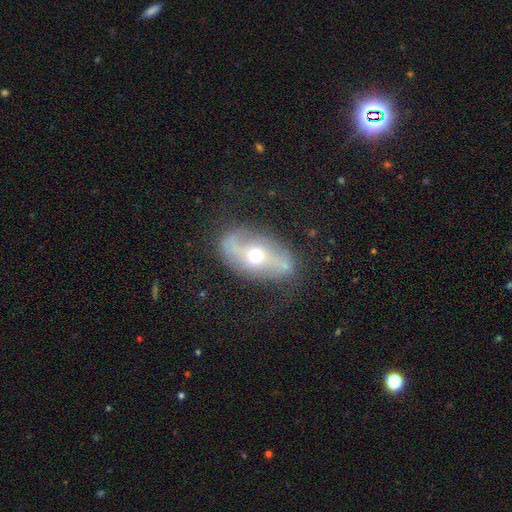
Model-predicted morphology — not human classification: Overall: featured or disk (68%). Edge-on disk: no (90%). Bar: no (50%; weak 29%). Spiral arms: yes (66%; no 34%). Bulge size: moderate (71%). Merging: none (70%).